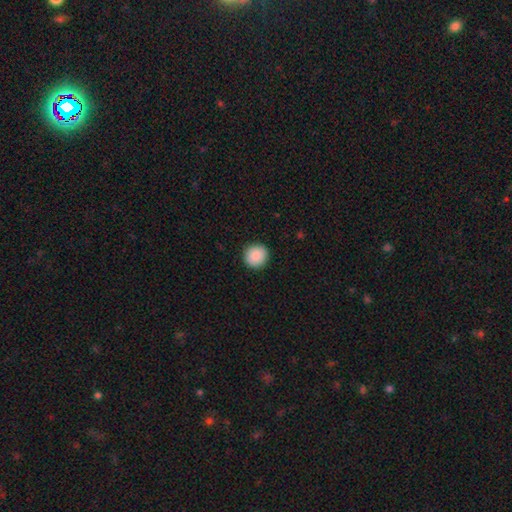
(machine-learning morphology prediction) A smooth galaxy with no disk features (89%) that is round (94%). Merging: none (92%).